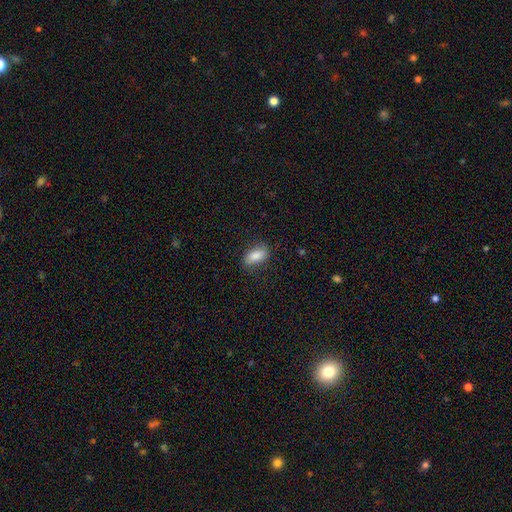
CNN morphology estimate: smooth_or_featured: smooth (p=0.83) [alt: featured or disk p=0.10]
how_rounded: in between (p=0.86) [alt: cigar-shaped p=0.09]
merging: none (p=0.79) [alt: minor disturbance p=0.15]